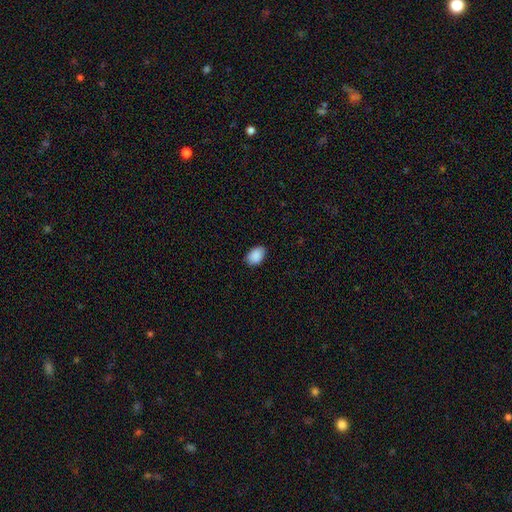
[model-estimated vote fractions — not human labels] This appears to be a smooth galaxy with no disk features (90%) that is in between round and cigar-shaped (87%). Merging: none (84%).